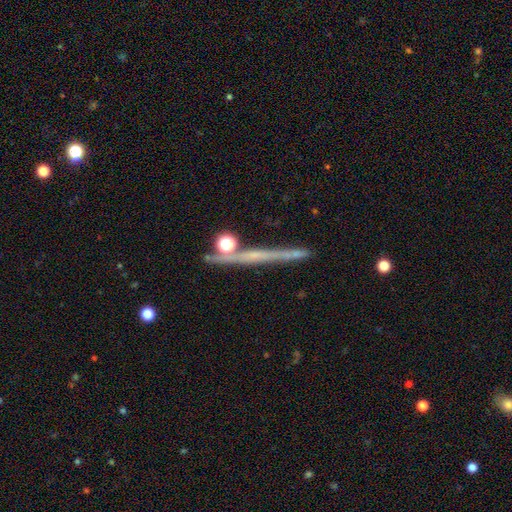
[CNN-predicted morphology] The model was most divided on "smooth or featured": featured or disk: 54%, smooth: 33%, star or artifact: 13%. More confident: edge-on disk — yes (94%); merging — none (80%); edge-on bulge — none (78%).